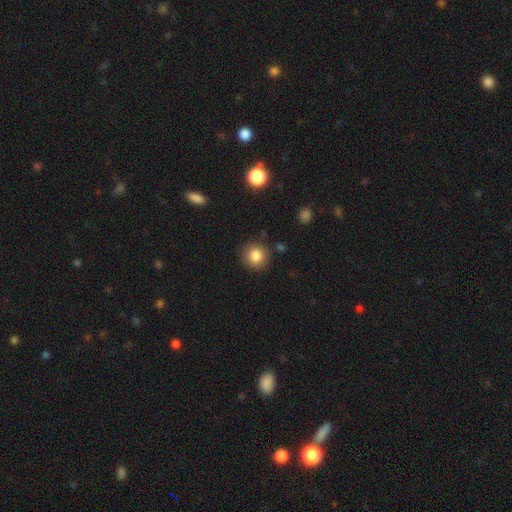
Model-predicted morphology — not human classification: Q: Smooth or featured?
A: smooth (84%); runner-up: star or artifact (10%)
Q: How rounded?
A: round (92%); runner-up: in between (7%)
Q: Merging?
A: none (89%); runner-up: minor disturbance (7%)